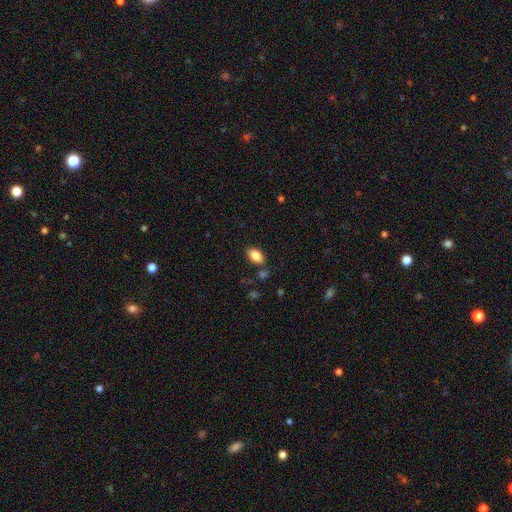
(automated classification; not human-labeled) Smooth or featured: smooth — 86% (star or artifact — 8%)
How rounded: in between — 92% (round — 5%)
Merging: none — 81% (minor disturbance — 11%)